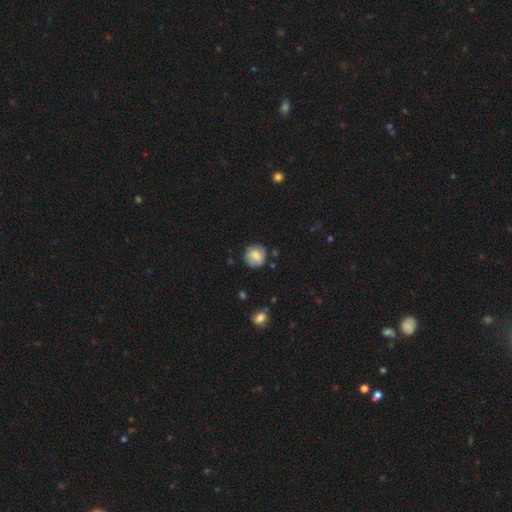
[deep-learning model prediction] A smooth galaxy with no disk features (69%) that is round (88%).

Vote fractions:
- Smooth or featured? smooth: 69% / featured or disk: 23% / star or artifact: 8%
- How rounded? round: 88% / in between: 11% / cigar-shaped: 1%
- Merging? none: 77% / minor disturbance: 17% / major disturbance: 4% / merger: 2%